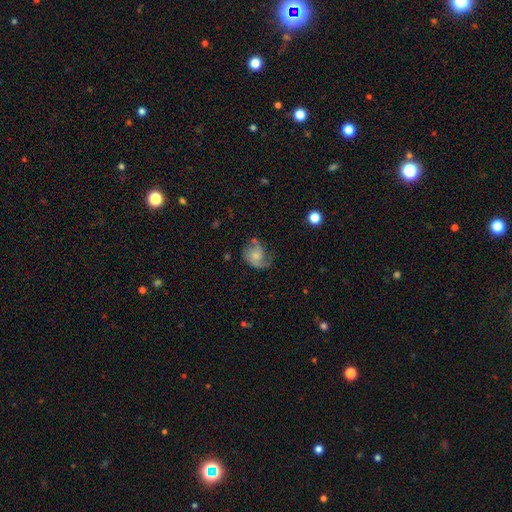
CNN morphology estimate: A featured or disk galaxy (57%) with no bar (72%), spiral arms (86%) and a small central bulge (43%).

Vote fractions:
- Smooth or featured? featured or disk: 57% / smooth: 35% / star or artifact: 8%
- Edge-on disk? no: 97% / yes: 3%
- Bar? no: 72% / weak: 25% / strong: 3%
- Spiral arms? yes: 86% / no: 14%
- Bulge size? small: 43% / moderate: 37% / none: 13% / large: 5% / dominant: 2%
- Merging? none: 47% / minor disturbance: 28% / major disturbance: 22% / merger: 4%